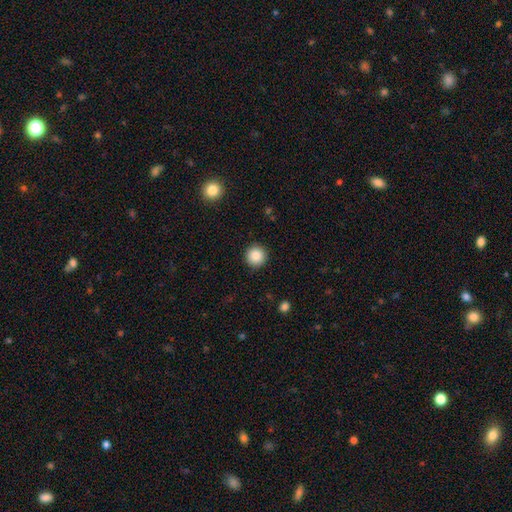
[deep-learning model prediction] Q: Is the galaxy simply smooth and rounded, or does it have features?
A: smooth — 87%.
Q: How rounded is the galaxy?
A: round — 96%.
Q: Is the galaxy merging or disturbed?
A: none — 92%.